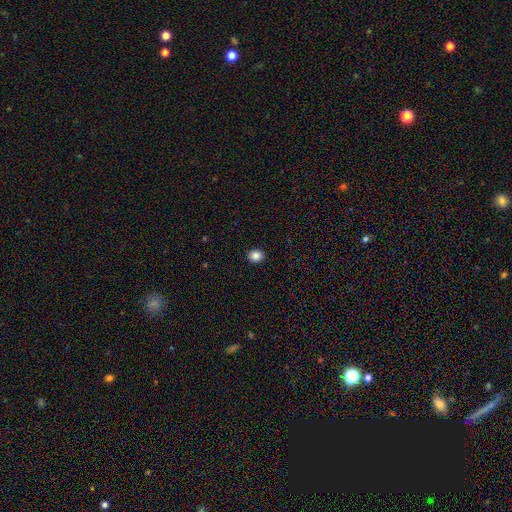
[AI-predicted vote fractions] smooth_or_featured: smooth (p=0.86) [alt: star or artifact p=0.10]
how_rounded: round (p=0.67) [alt: in between p=0.32]
merging: none (p=0.92) [alt: minor disturbance p=0.06]